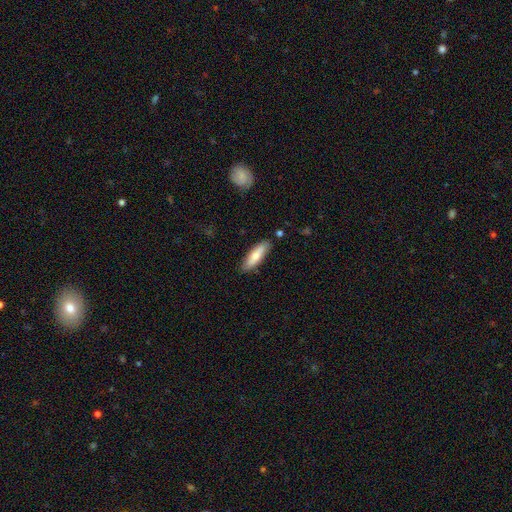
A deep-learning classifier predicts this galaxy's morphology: smooth_or_featured: smooth (p=0.73) [alt: featured or disk p=0.21]
how_rounded: cigar-shaped (p=0.54) [alt: in between p=0.44]
merging: none (p=0.85) [alt: minor disturbance p=0.11]